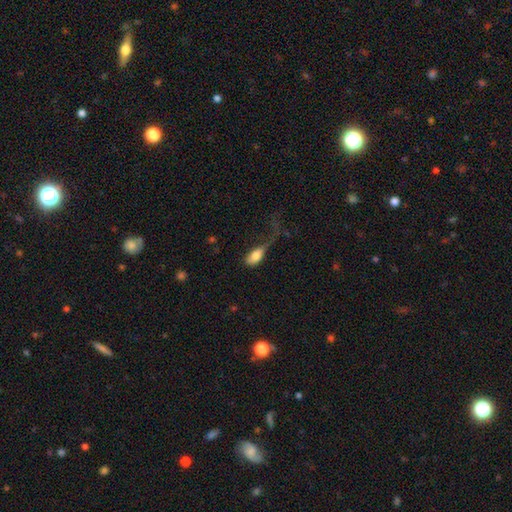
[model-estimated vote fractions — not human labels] This appears to be a smooth galaxy with no disk features (77%) that is in between round and cigar-shaped (87%). Merging: major disturbance (51%).